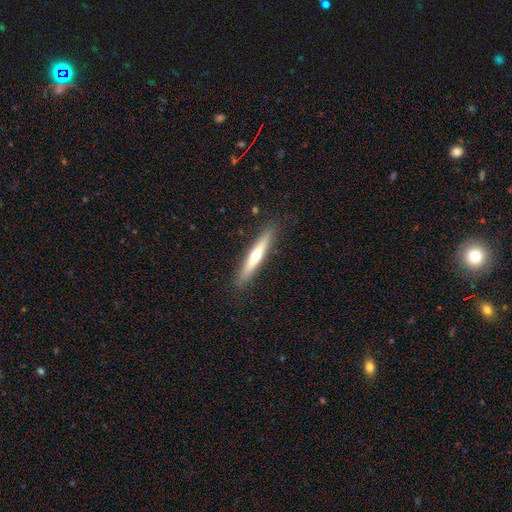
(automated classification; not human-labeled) The model was most divided on "smooth or featured": smooth: 48%, featured or disk: 46%, star or artifact: 5%. More confident: merging — none (89%).